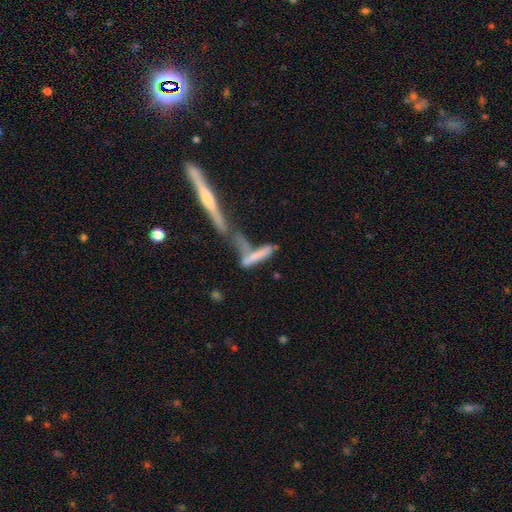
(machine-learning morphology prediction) The model was most divided on "merging": merger: 55%, none: 24%, major disturbance: 11%, minor disturbance: 10%. More confident: how rounded — cigar-shaped (83%); smooth or featured — smooth (61%).